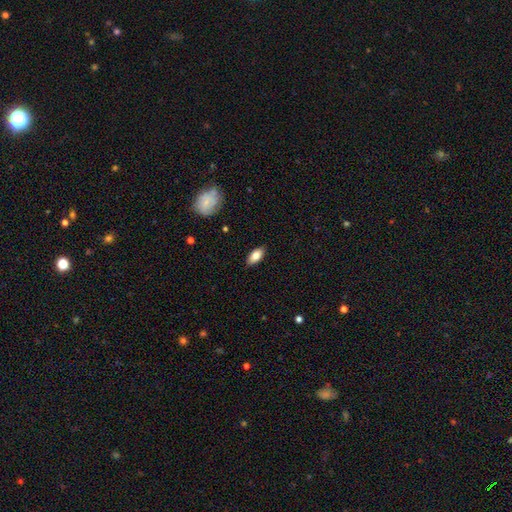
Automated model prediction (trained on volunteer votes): The model was most divided on "smooth or featured": smooth: 80%, featured or disk: 13%, star or artifact: 7%. More confident: how rounded — in between (89%); merging — none (88%).